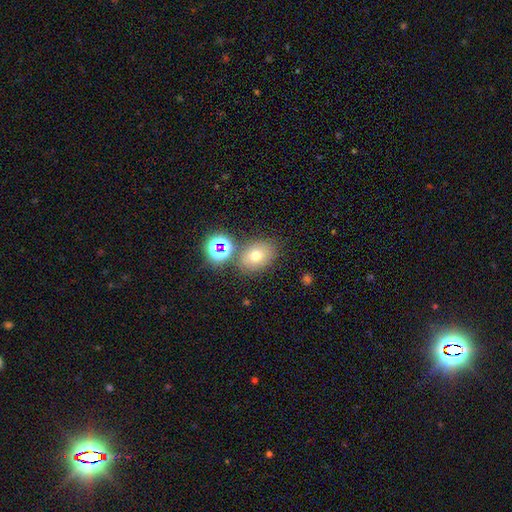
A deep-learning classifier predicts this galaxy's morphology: smooth_or_featured: smooth (p=0.68) [alt: star or artifact p=0.18]
how_rounded: in between (p=0.60) [alt: round p=0.39]
merging: none (p=0.72) [alt: merger p=0.13]